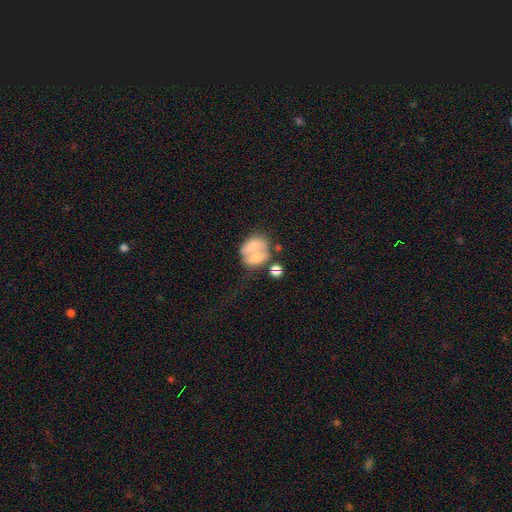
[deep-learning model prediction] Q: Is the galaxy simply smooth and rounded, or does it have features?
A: smooth — 52%.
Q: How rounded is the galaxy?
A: in between — 66%.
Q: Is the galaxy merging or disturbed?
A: merger — 54%.